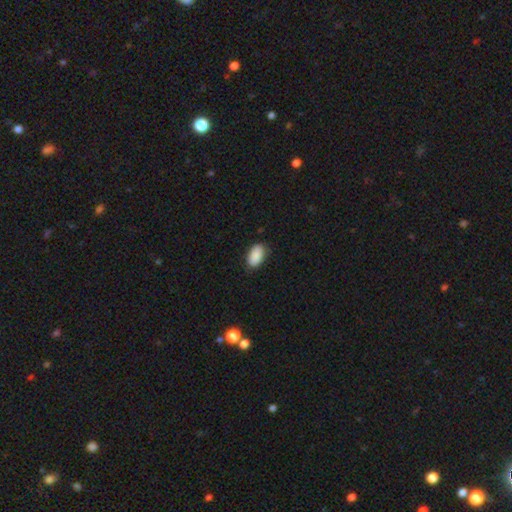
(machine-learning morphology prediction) smooth-or-featured: smooth: 89% | star or artifact: 7% | featured or disk: 4%
  how-rounded: in between: 94% | round: 4% | cigar-shaped: 2%
  merging: none: 81% | minor disturbance: 15% | major disturbance: 3% | merger: 1%